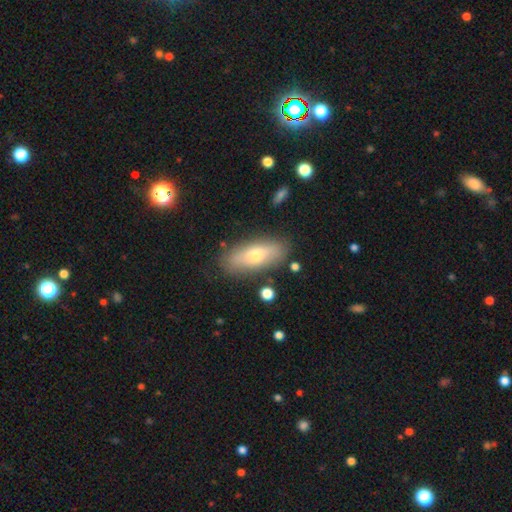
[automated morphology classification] Smooth or featured: smooth — 61% (featured or disk — 32%)
How rounded: in between — 70% (cigar-shaped — 27%)
Merging: none — 82% (minor disturbance — 12%)